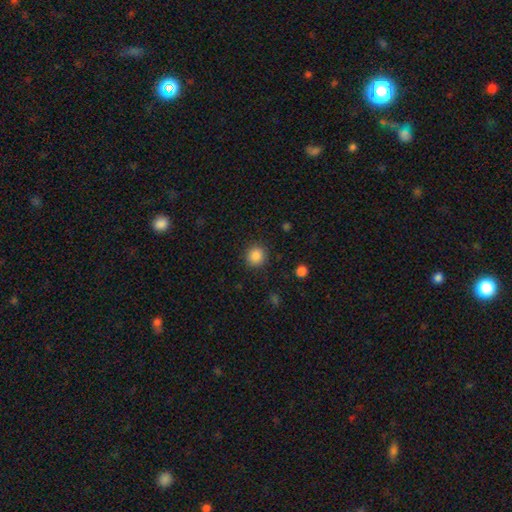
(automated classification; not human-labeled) smooth_or_featured: smooth (p=0.86) [alt: star or artifact p=0.10]
how_rounded: round (p=0.91) [alt: in between p=0.08]
merging: none (p=0.90) [alt: minor disturbance p=0.06]